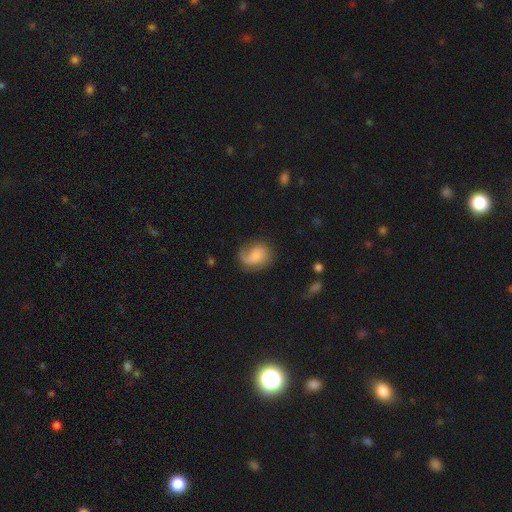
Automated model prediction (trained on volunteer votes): Smooth or featured: smooth — 47% (featured or disk — 44%)
Merging: none — 51% (minor disturbance — 24%)